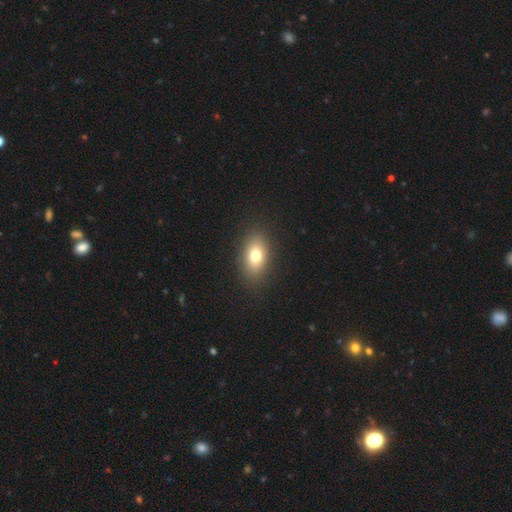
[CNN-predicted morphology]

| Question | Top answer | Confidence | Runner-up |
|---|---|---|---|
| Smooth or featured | smooth | 76% | featured or disk (14%) |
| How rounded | in between | 84% | round (12%) |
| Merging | none | 88% | minor disturbance (8%) |